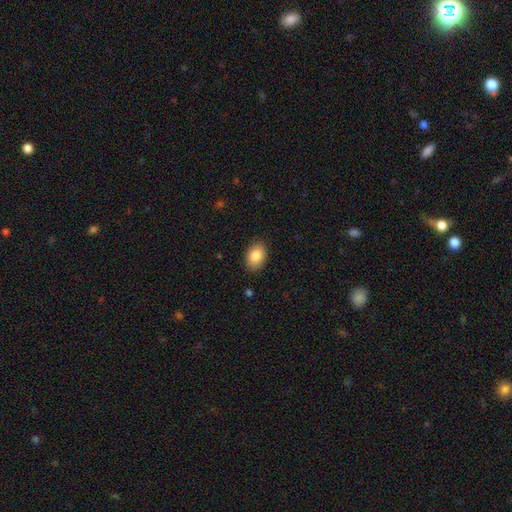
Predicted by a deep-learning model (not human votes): A smooth galaxy with no disk features (86%) that is in between round and cigar-shaped (84%).

Vote fractions:
- Smooth or featured? smooth: 86% / star or artifact: 7% / featured or disk: 7%
- How rounded? in between: 84% / round: 15% / cigar-shaped: 1%
- Merging? none: 87% / minor disturbance: 10% / major disturbance: 2% / merger: 1%